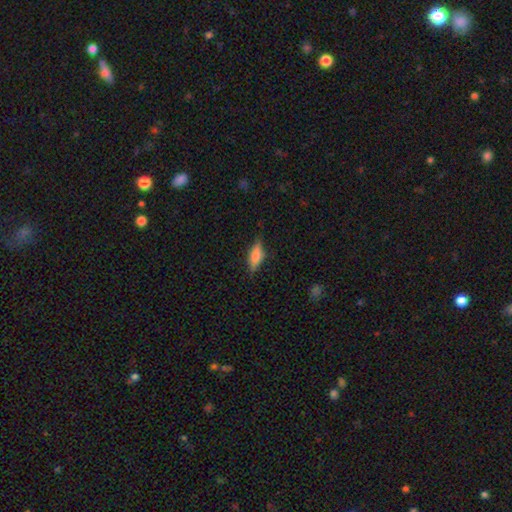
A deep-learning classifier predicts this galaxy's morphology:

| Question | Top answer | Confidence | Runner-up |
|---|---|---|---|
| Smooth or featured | smooth | 62% | featured or disk (30%) |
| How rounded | in between | 57% | cigar-shaped (40%) |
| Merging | none | 79% | minor disturbance (16%) |